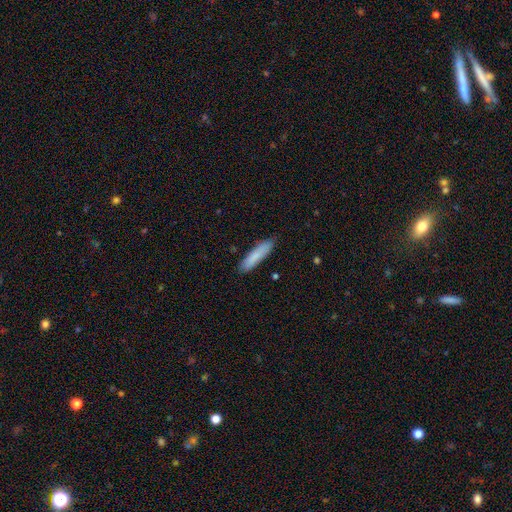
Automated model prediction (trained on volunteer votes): A smooth galaxy with no disk features (84%) that is cigar-shaped (83%). Merging: none (87%).